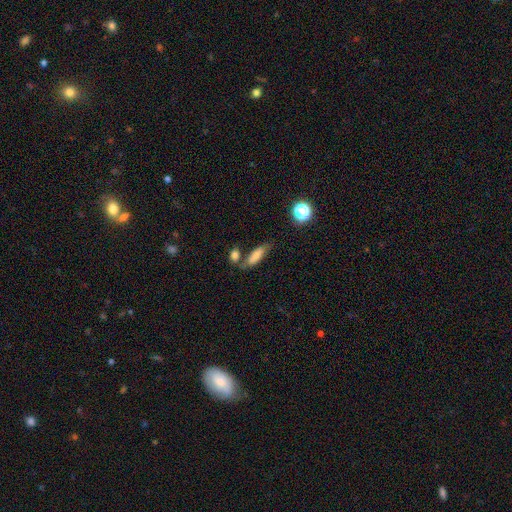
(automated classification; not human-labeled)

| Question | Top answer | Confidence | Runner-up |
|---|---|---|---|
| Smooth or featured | smooth | 74% | featured or disk (16%) |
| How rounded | in between | 52% | cigar-shaped (44%) |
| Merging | none | 54% | merger (22%) |